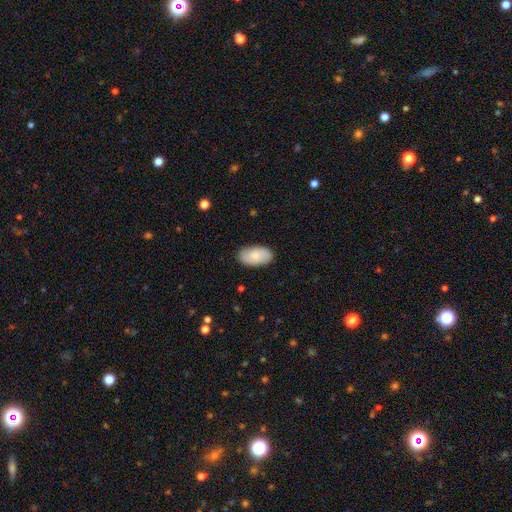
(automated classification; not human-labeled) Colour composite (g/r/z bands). It shows a smooth galaxy with no disk features (81%) that is in between round and cigar-shaped (95%). Merging: none (85%).